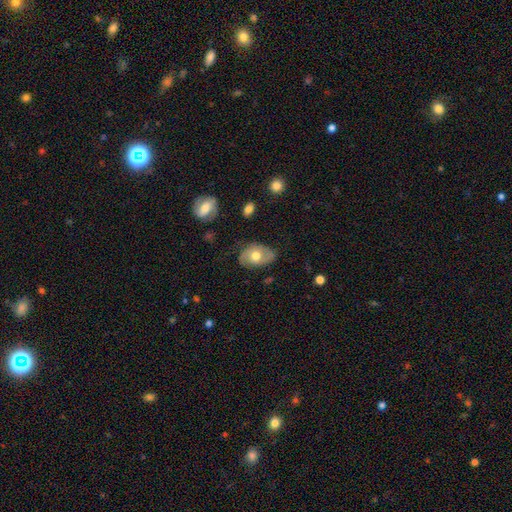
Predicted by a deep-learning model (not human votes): A smooth galaxy with no disk features (52%) that is in between round and cigar-shaped (81%). Merging: none (65%).